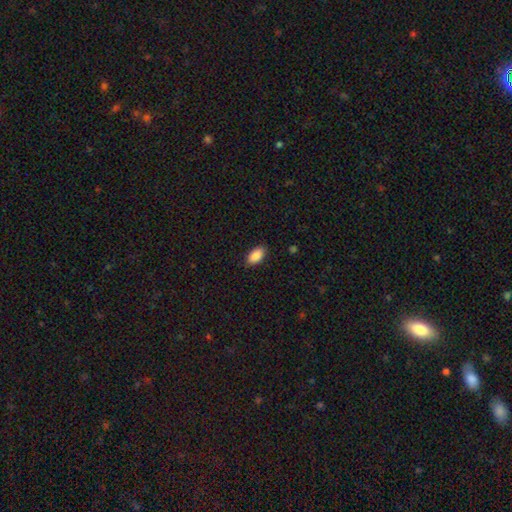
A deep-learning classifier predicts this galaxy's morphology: Q: Smooth or featured?
A: smooth (89%); runner-up: star or artifact (7%)
Q: How rounded?
A: in between (93%); runner-up: cigar-shaped (4%)
Q: Merging?
A: none (87%); runner-up: minor disturbance (10%)